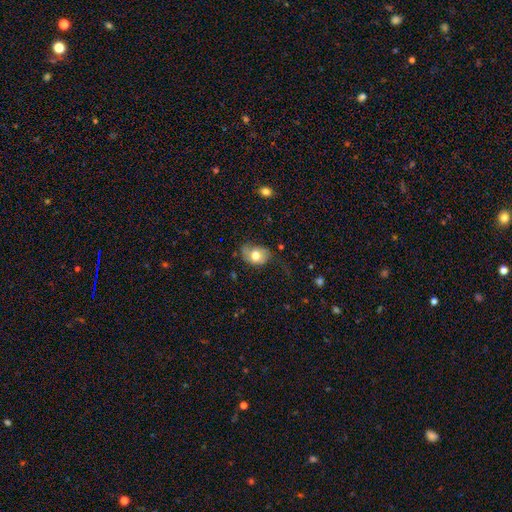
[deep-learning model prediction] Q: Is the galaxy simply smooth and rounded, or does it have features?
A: smooth — 69%.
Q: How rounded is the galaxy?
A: in between — 61%.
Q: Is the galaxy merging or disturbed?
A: none — 46%.